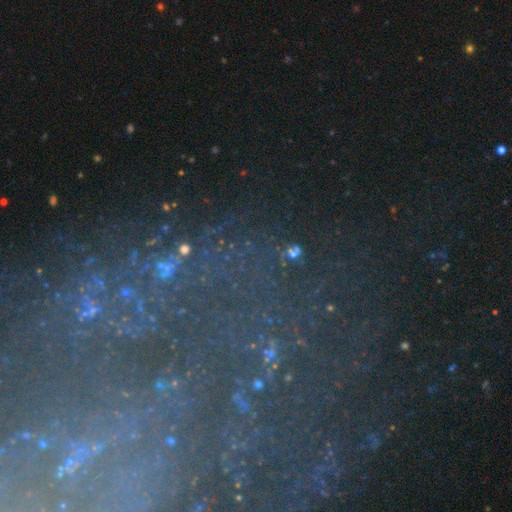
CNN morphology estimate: smooth_or_featured: star or artifact (p=0.49) [alt: featured or disk p=0.37]